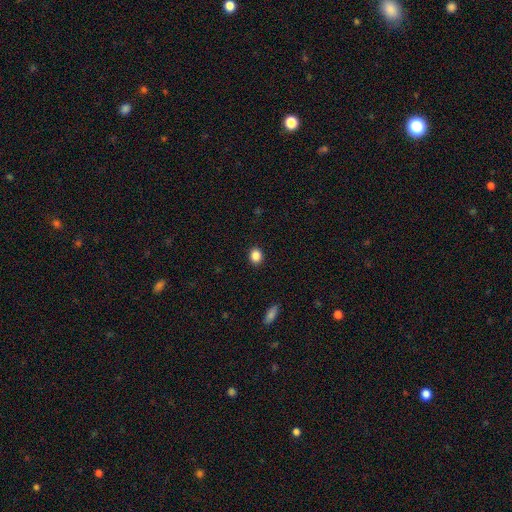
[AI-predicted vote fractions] This appears to be a smooth galaxy with no disk features (87%) that is round (63%). Merging: none (91%).